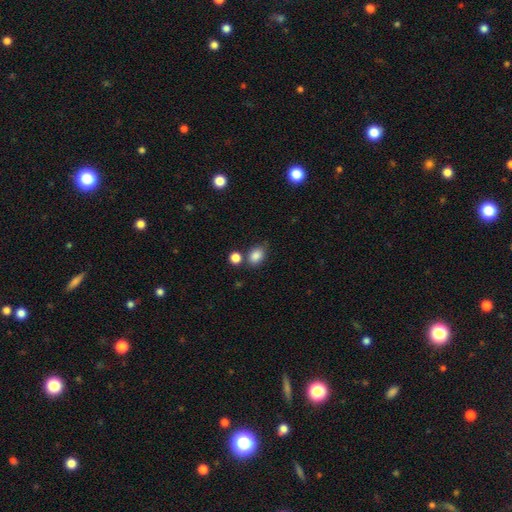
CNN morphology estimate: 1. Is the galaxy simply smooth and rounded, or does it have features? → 85% smooth, 10% star or artifact, 5% featured or disk.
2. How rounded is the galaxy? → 65% in between, 34% round, 1% cigar-shaped.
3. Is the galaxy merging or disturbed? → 68% none, 15% minor disturbance, 13% merger, 4% major disturbance.